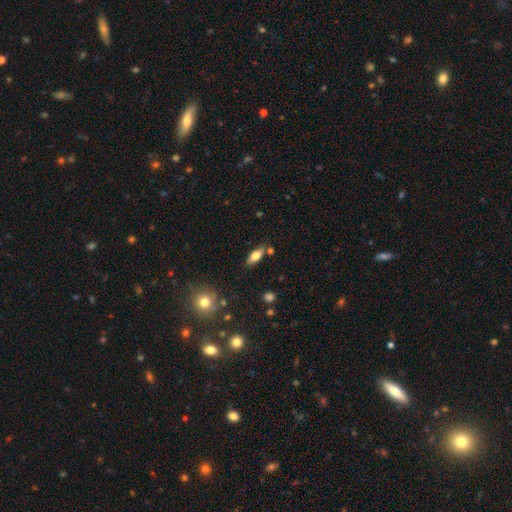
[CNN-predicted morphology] Smooth or featured? Predicted: smooth (p=0.65). How rounded? Predicted: in between (p=0.74). Merging? Predicted: none (p=0.77).